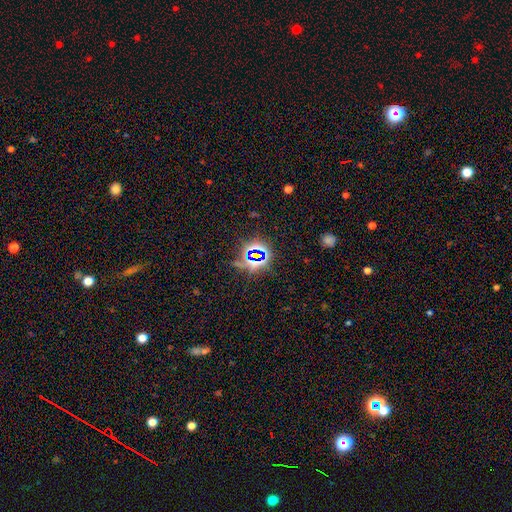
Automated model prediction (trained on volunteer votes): smooth_or_featured: star or artifact (p=0.76) [alt: smooth p=0.16]